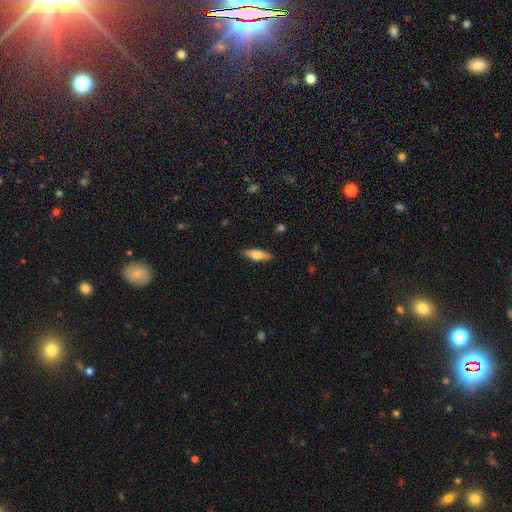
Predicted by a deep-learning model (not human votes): smooth 64%, featured or disk 30%, star or artifact 6%. Down the decision tree: how rounded — cigar-shaped (51%); merging — none (88%).